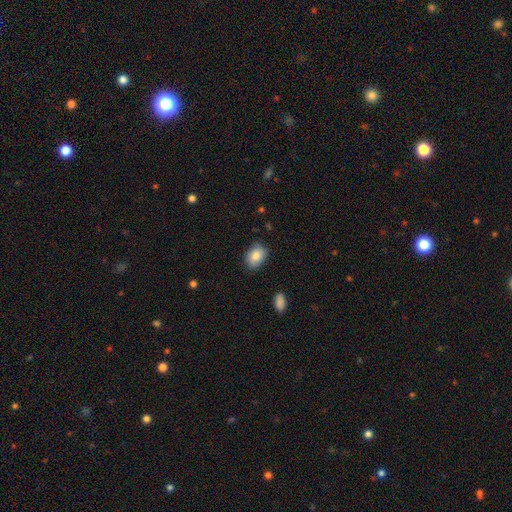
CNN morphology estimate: smooth-or-featured: smooth: 85% | featured or disk: 8% | star or artifact: 7%
  how-rounded: in between: 78% | round: 21% | cigar-shaped: 1%
  merging: none: 81% | minor disturbance: 15% | major disturbance: 3% | merger: 1%